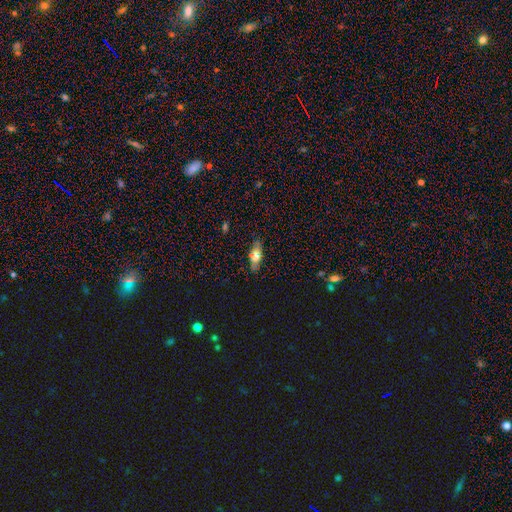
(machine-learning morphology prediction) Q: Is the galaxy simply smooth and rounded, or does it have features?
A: smooth — 56%.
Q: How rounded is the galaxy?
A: in between — 59%.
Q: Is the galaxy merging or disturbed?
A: none — 85%.